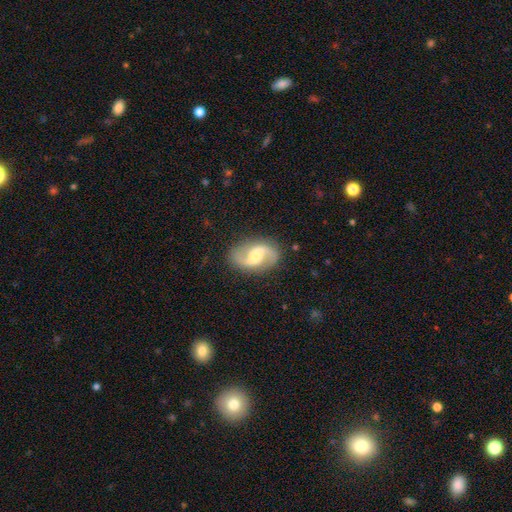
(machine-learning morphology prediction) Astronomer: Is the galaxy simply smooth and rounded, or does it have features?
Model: featured or disk — 87%.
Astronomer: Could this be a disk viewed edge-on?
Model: no — 98%.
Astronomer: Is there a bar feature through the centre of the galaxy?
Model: weak — 51% (runner-up: no, 31%).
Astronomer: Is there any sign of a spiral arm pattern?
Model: yes — 97%.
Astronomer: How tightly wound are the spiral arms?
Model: loose — 54% (runner-up: medium, 38%).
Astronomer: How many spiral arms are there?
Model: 2 — 94%.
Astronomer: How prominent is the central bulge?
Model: moderate — 55%.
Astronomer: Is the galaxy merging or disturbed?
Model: none — 85%.